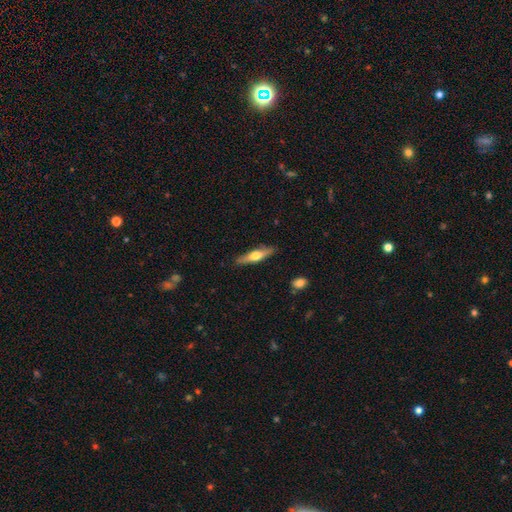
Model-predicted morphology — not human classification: Smooth or featured? featured or disk (53%)
Edge-on disk? yes (93%)
Merging? none (87%)